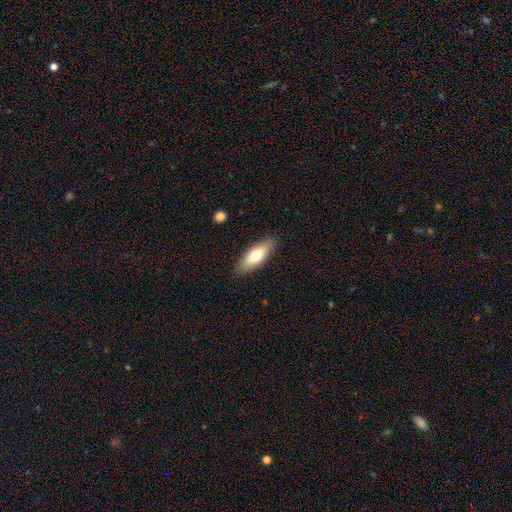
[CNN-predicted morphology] Overall: smooth (70%). How rounded: in between (70%). Merging: none (88%).